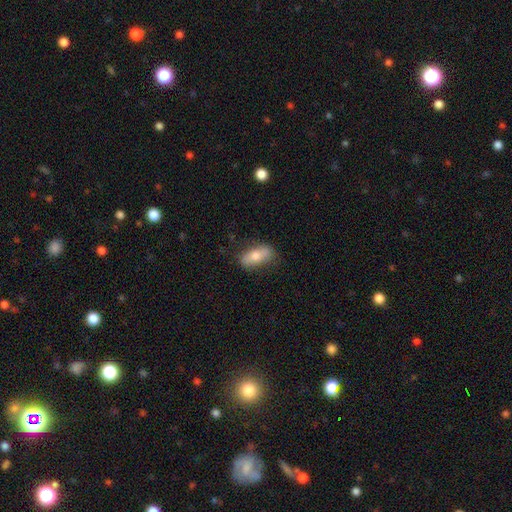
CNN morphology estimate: smooth 68%, featured or disk 25%, star or artifact 7%. Down the decision tree: how rounded — in between (79%); merging — none (76%).